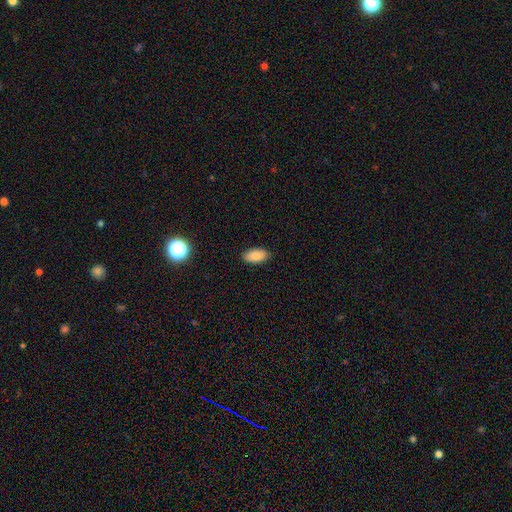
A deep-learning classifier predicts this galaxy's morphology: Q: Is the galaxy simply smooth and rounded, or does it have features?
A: smooth — 87%.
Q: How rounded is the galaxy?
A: in between — 93%.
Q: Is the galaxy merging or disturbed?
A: none — 89%.